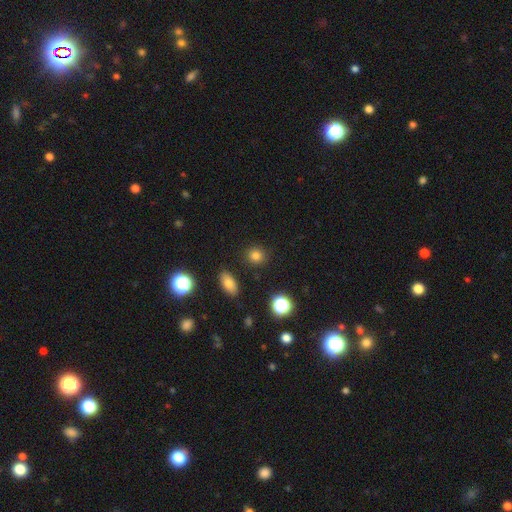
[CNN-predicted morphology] The model was most divided on "smooth or featured": smooth: 80%, star or artifact: 15%, featured or disk: 5%. More confident: merging — none (89%); how rounded — round (84%).